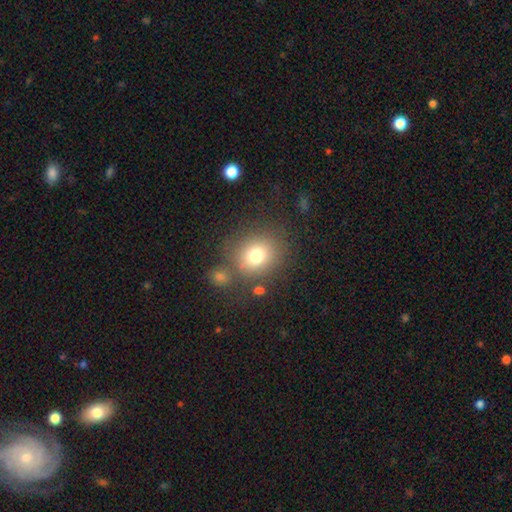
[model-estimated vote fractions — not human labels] smooth_or_featured: smooth (p=0.75) [alt: star or artifact p=0.13]
how_rounded: round (p=0.74) [alt: in between p=0.26]
merging: none (p=0.72) [alt: minor disturbance p=0.12]